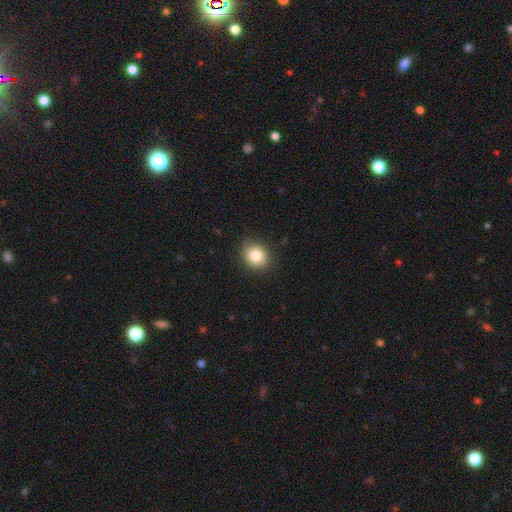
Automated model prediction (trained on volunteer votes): Smooth or featured? Predicted: smooth (p=0.84). How rounded? Predicted: round (p=0.65). Merging? Predicted: none (p=0.87).